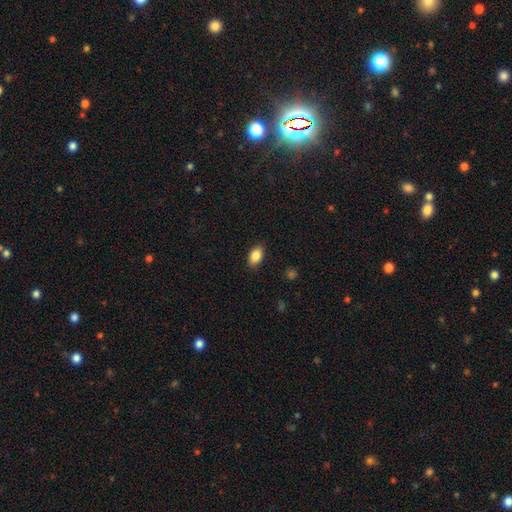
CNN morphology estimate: A smooth galaxy with no disk features (87%) that is in between round and cigar-shaped (90%).

Vote fractions:
- Smooth or featured? smooth: 87% / star or artifact: 8% / featured or disk: 6%
- How rounded? in between: 90% / round: 7% / cigar-shaped: 2%
- Merging? none: 87% / minor disturbance: 10% / major disturbance: 2% / merger: 1%